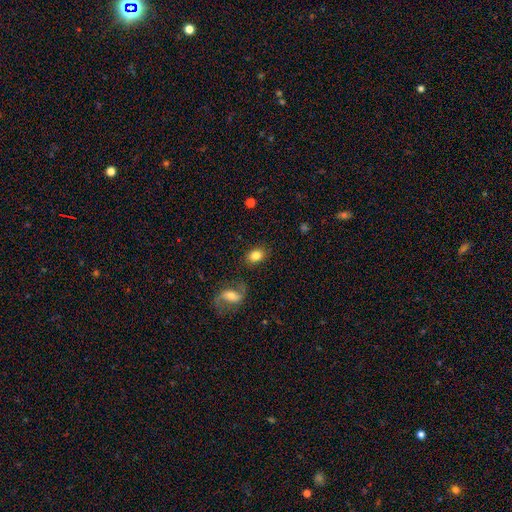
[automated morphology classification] Smooth or featured? smooth (79%)
How rounded? in between (65%)
Merging? none (80%)